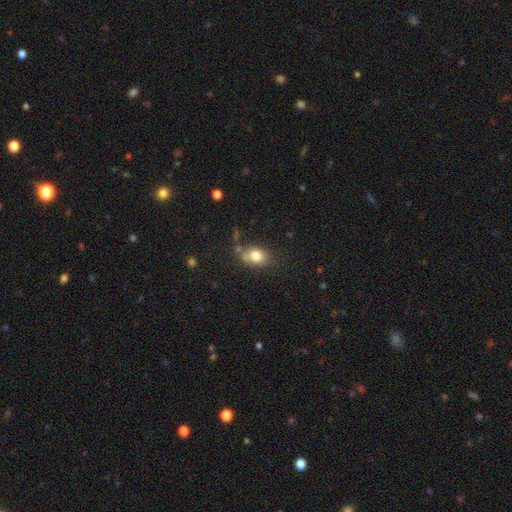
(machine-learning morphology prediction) Q: Smooth or featured?
A: smooth (78%); runner-up: featured or disk (12%)
Q: How rounded?
A: in between (72%); runner-up: round (27%)
Q: Merging?
A: none (59%); runner-up: minor disturbance (22%)